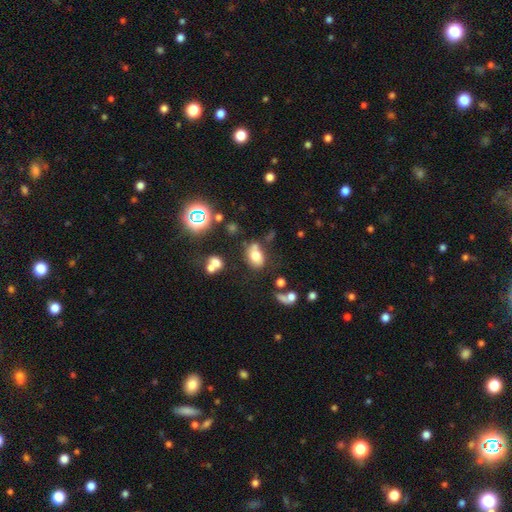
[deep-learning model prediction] smooth_or_featured: smooth (p=0.72) [alt: featured or disk p=0.14]
how_rounded: in between (p=0.77) [alt: round p=0.22]
merging: none (p=0.60) [alt: minor disturbance p=0.19]